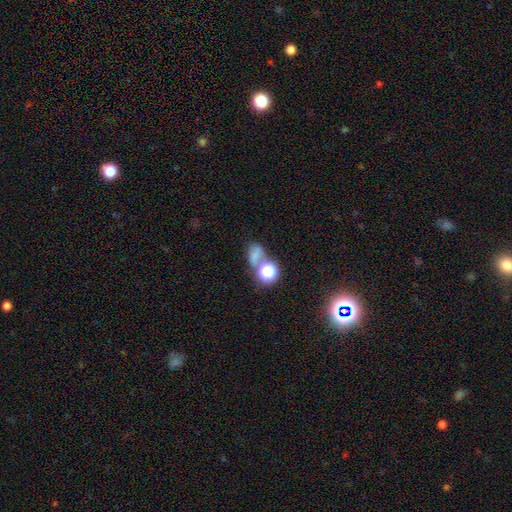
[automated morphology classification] Overall: smooth (59%; star or artifact 27%). How rounded: in between (57%; round 40%). Merging: none (37%; merger 36%).